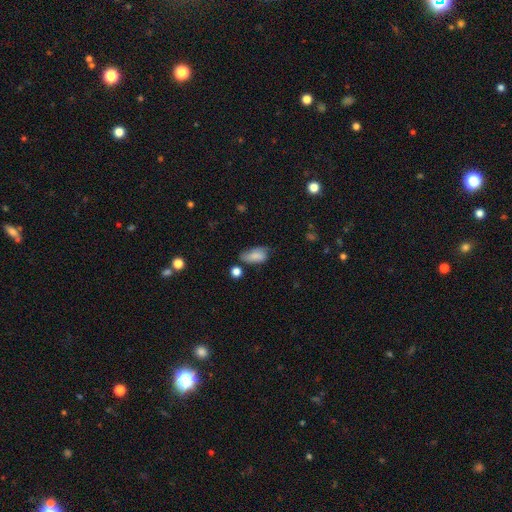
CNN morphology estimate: Smooth or featured?
  - smooth: 77% *
  - featured or disk: 14%
  - star or artifact: 9%
How rounded?
  - in between: 90% *
  - round: 6%
  - cigar-shaped: 4%
Merging?
  - none: 44% *
  - minor disturbance: 38%
  - major disturbance: 13%
  - merger: 6%